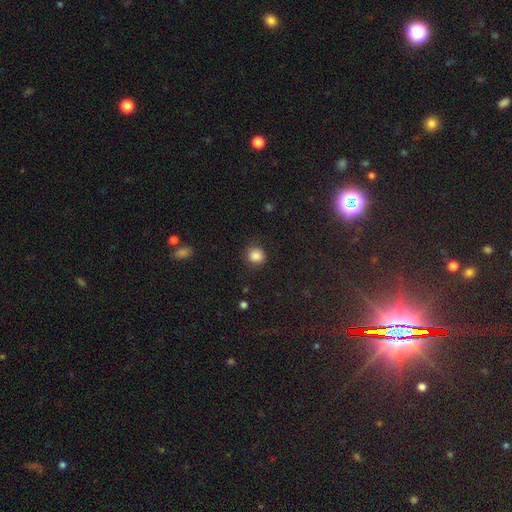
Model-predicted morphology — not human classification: Smooth or featured?
  - smooth: 85% *
  - star or artifact: 11%
  - featured or disk: 4%
How rounded?
  - round: 87% *
  - in between: 12%
  - cigar-shaped: 1%
Merging?
  - none: 86% *
  - minor disturbance: 10%
  - major disturbance: 3%
  - merger: 1%